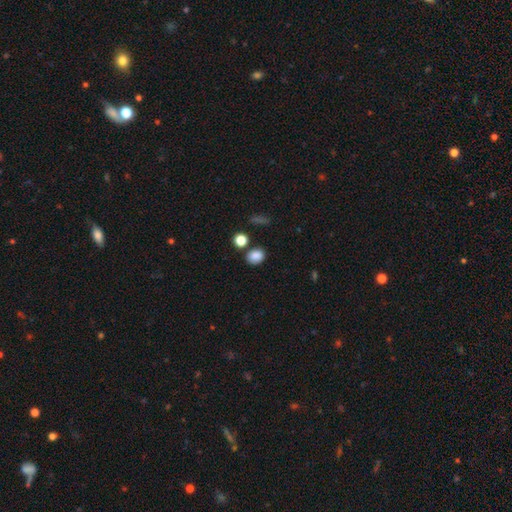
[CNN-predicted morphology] A smooth galaxy with no disk features (85%) that is in between round and cigar-shaped (50%). Merging: none (77%).